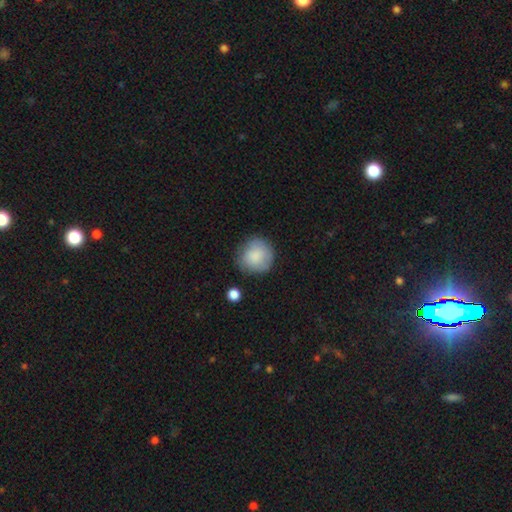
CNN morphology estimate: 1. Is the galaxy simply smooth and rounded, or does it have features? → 83% smooth, 10% featured or disk, 7% star or artifact.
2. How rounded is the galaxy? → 89% round, 10% in between, 1% cigar-shaped.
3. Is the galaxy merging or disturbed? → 74% none, 18% minor disturbance, 5% major disturbance, 3% merger.